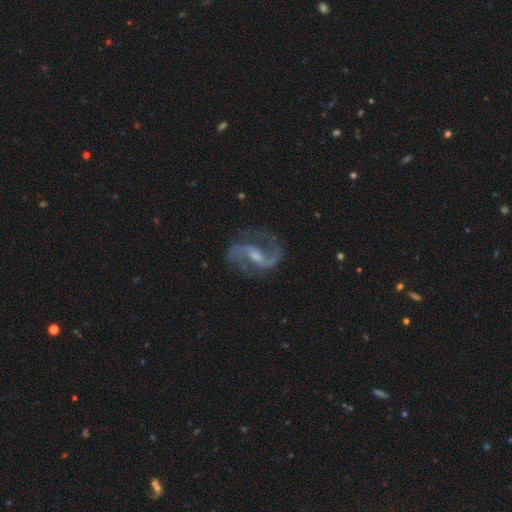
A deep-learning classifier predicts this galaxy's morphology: This appears to be a featured or disk galaxy (91%) with a weak bar (50%), 2 (91%) medium (50%) spiral arms (98%) and a small central bulge (53%). Merging: none (75%).